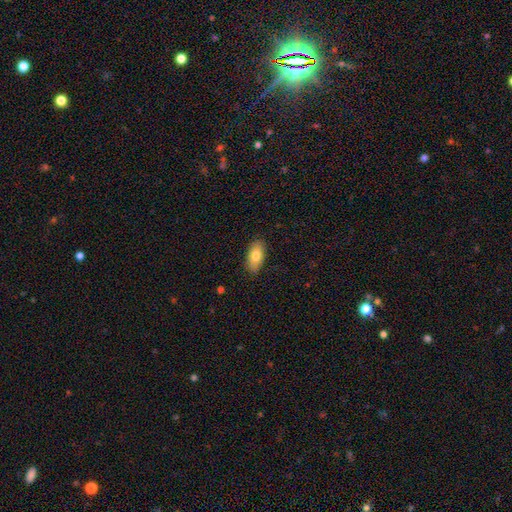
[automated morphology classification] Q: Smooth or featured?
A: smooth (78%); runner-up: featured or disk (15%)
Q: How rounded?
A: in between (89%); runner-up: cigar-shaped (7%)
Q: Merging?
A: none (88%); runner-up: minor disturbance (9%)